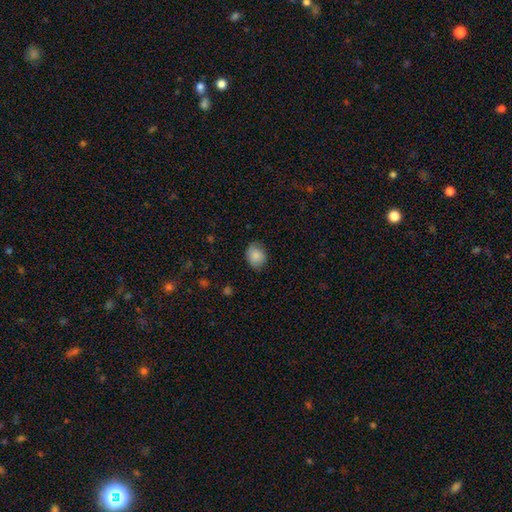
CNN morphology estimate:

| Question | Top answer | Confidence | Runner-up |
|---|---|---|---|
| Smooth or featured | smooth | 86% | star or artifact (8%) |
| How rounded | round | 53% | in between (47%) |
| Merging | none | 75% | minor disturbance (20%) |